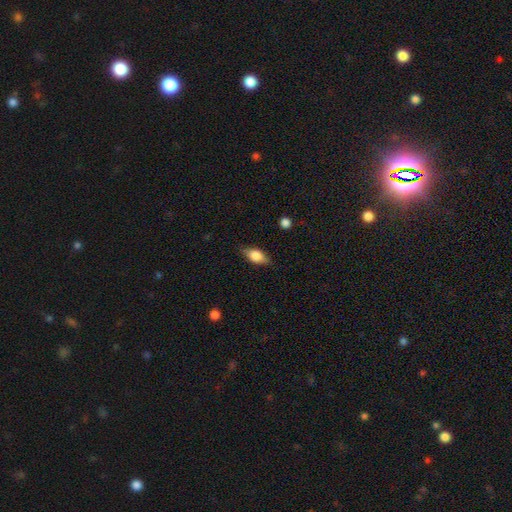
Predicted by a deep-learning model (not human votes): Q: Smooth or featured?
A: smooth (69%); runner-up: featured or disk (24%)
Q: How rounded?
A: in between (83%); runner-up: cigar-shaped (10%)
Q: Merging?
A: none (80%); runner-up: minor disturbance (15%)